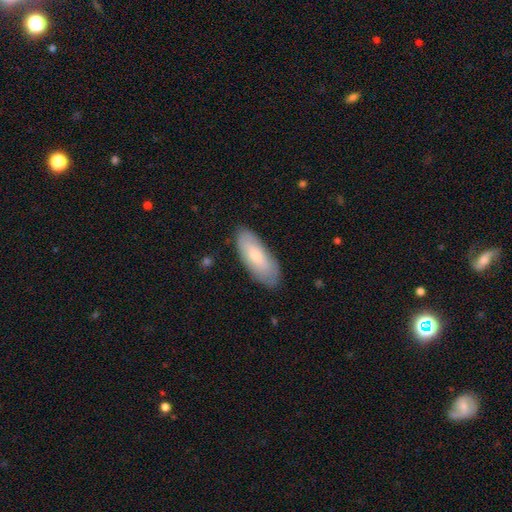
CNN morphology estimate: Q: Smooth or featured?
A: smooth (71%); runner-up: featured or disk (23%)
Q: How rounded?
A: in between (77%); runner-up: cigar-shaped (21%)
Q: Merging?
A: none (82%); runner-up: minor disturbance (14%)